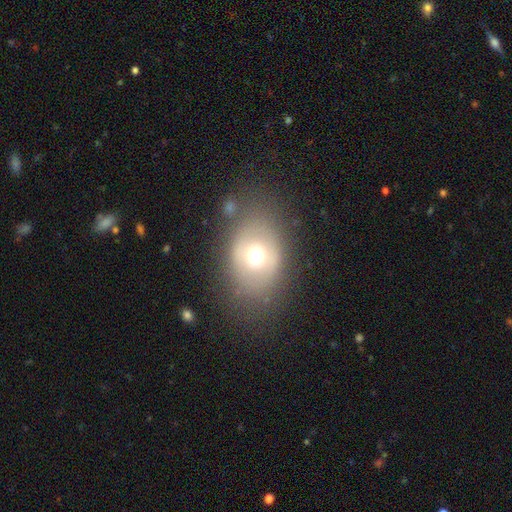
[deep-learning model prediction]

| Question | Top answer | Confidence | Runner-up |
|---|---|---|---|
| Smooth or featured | smooth | 58% | featured or disk (31%) |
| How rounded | in between | 71% | round (28%) |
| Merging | none | 73% | minor disturbance (16%) |